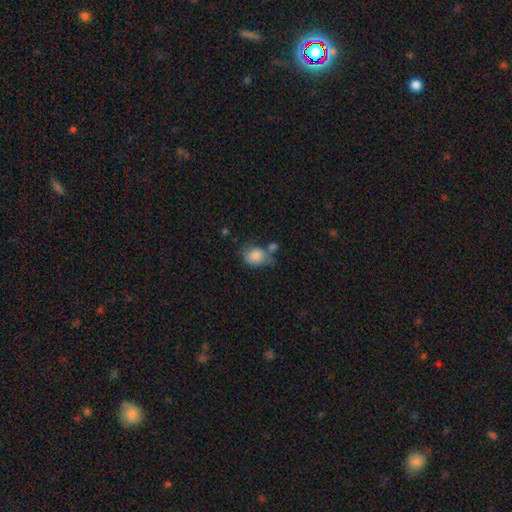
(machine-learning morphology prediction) Smooth or featured: smooth — 83% (featured or disk — 9%)
How rounded: in between — 56% (round — 43%)
Merging: none — 42% (minor disturbance — 26%)